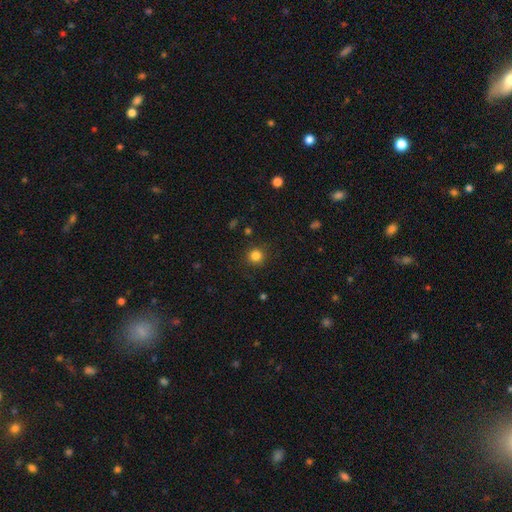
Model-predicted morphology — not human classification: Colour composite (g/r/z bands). It shows a smooth galaxy with no disk features (83%) that is round (93%). Merging: none (88%).